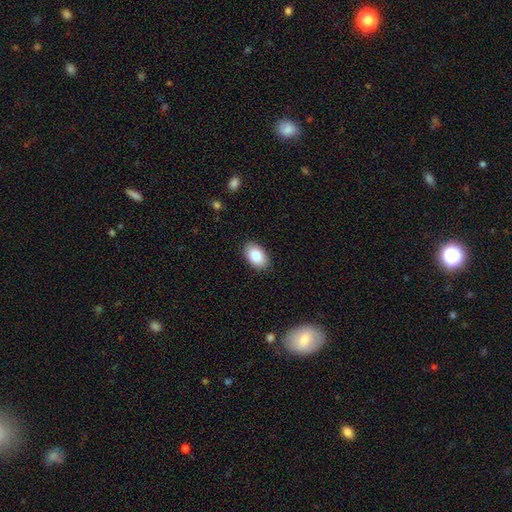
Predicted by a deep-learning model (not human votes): Q: Smooth or featured?
A: smooth (83%); runner-up: featured or disk (9%)
Q: How rounded?
A: in between (92%); runner-up: round (7%)
Q: Merging?
A: none (89%); runner-up: minor disturbance (8%)